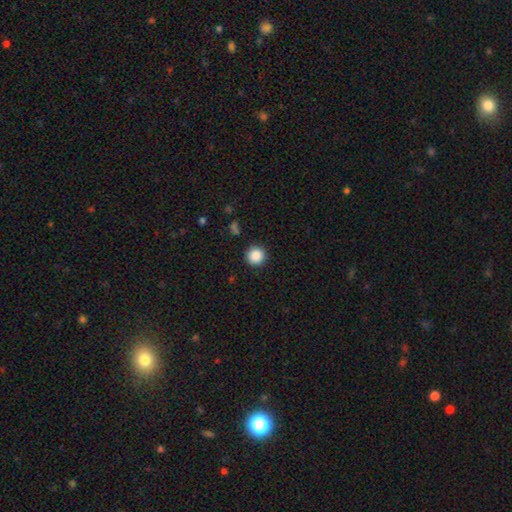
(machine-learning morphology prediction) This is clearly a smooth galaxy (88%). How rounded: clearly round (95%). Merging: clearly none (91%).